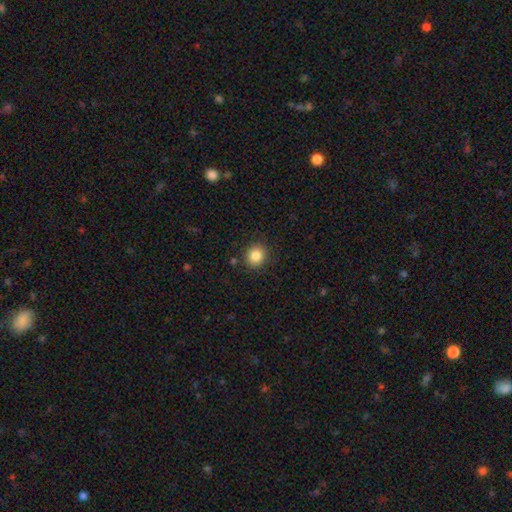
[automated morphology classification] Smooth or featured? smooth (86%)
How rounded? round (85%)
Merging? none (87%)